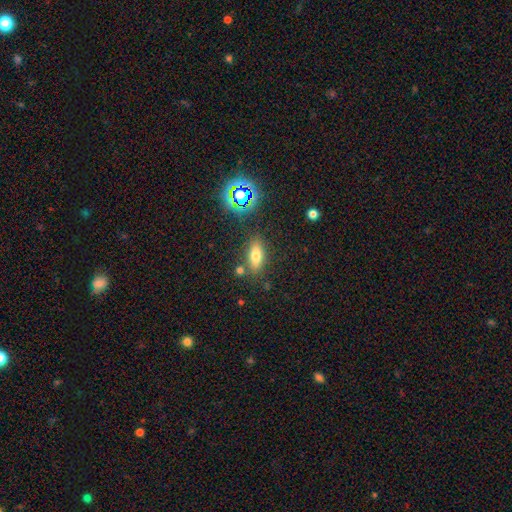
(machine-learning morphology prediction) Overall: smooth (69%). How rounded: in between (73%). Merging: none (78%).